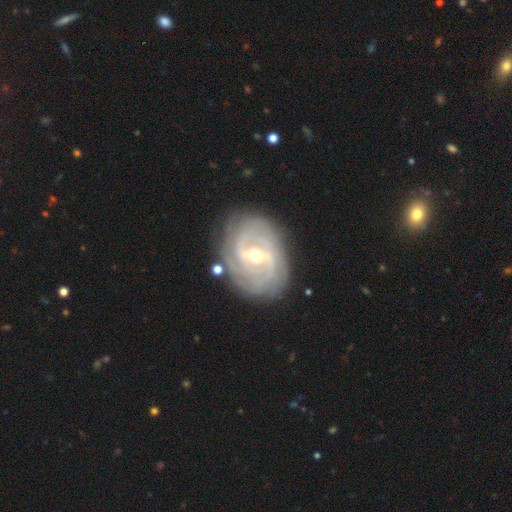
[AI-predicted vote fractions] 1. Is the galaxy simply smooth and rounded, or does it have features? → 89% featured or disk, 6% smooth, 5% star or artifact.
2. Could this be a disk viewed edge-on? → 97% no, 3% yes.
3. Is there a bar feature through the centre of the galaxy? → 51% weak, 29% strong, 20% no.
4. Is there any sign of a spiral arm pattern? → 96% yes, 4% no.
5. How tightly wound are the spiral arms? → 61% tight, 31% medium, 8% loose.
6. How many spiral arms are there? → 31% 2, 24% can't tell, 22% 3, 13% 4, 6% more than 4, 5% 1.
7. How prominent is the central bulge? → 49% small, 48% moderate, 2% large, 1% none, 1% dominant.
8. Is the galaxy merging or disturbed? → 80% none, 14% minor disturbance, 5% major disturbance, 2% merger.